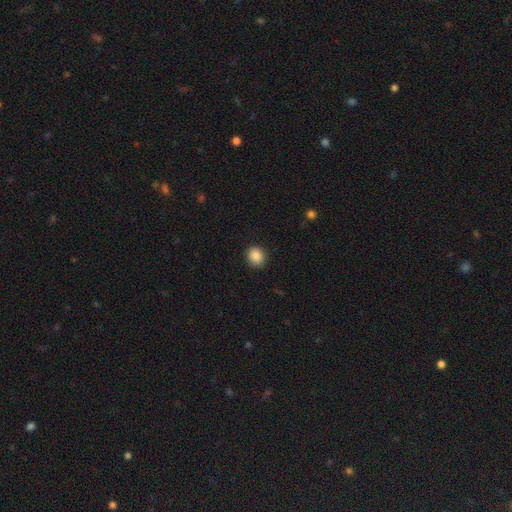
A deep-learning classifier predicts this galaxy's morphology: The model was most divided on "how rounded": round: 79%, in between: 20%, cigar-shaped: 1%. More confident: merging — none (91%); smooth or featured — smooth (88%).